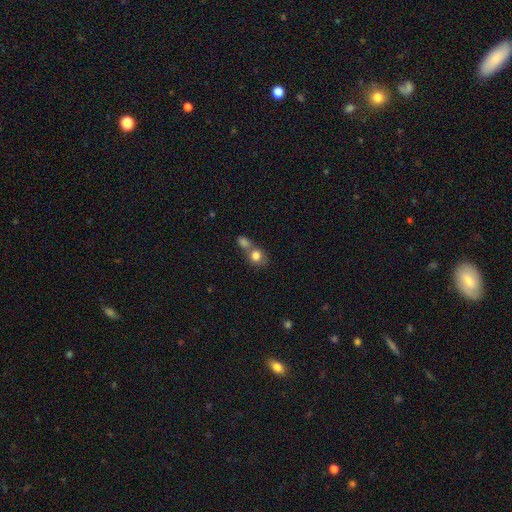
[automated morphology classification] Q: Smooth or featured?
A: smooth (80%); runner-up: featured or disk (11%)
Q: How rounded?
A: round (67%); runner-up: in between (32%)
Q: Merging?
A: merger (59%); runner-up: none (29%)